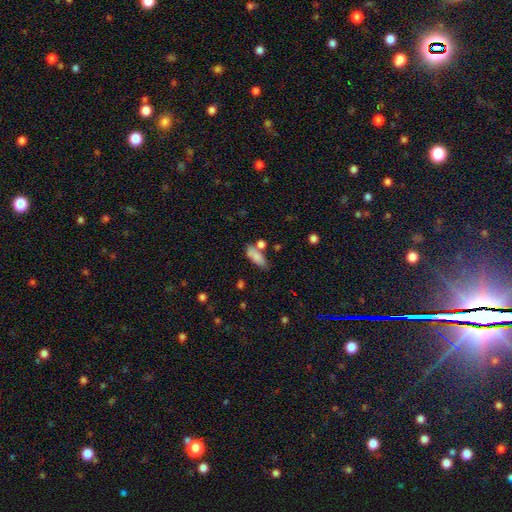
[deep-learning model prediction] smooth_or_featured: smooth (p=0.81) [alt: featured or disk p=0.11]
how_rounded: in between (p=0.72) [alt: cigar-shaped p=0.25]
merging: none (p=0.55) [alt: merger p=0.21]